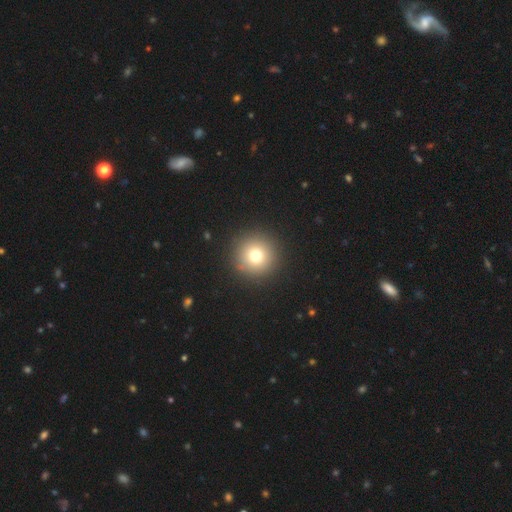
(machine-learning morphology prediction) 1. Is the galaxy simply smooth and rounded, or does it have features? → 75% smooth, 15% star or artifact, 11% featured or disk.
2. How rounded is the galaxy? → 96% round, 3% in between, 1% cigar-shaped.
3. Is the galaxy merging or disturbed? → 92% none, 5% minor disturbance, 2% major disturbance, 1% merger.